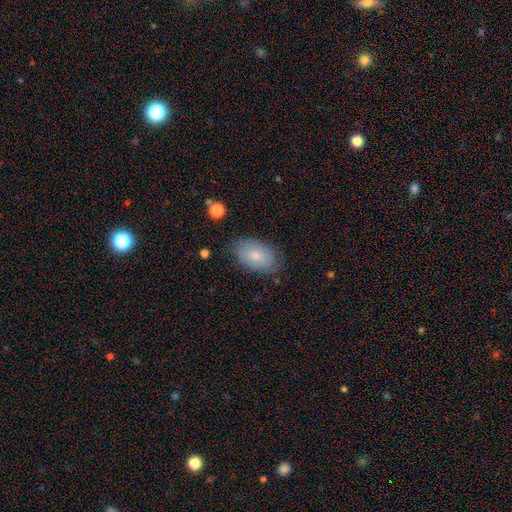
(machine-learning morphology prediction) smooth_or_featured: smooth (p=0.78) [alt: featured or disk p=0.15]
how_rounded: in between (p=0.92) [alt: round p=0.06]
merging: none (p=0.79) [alt: minor disturbance p=0.16]